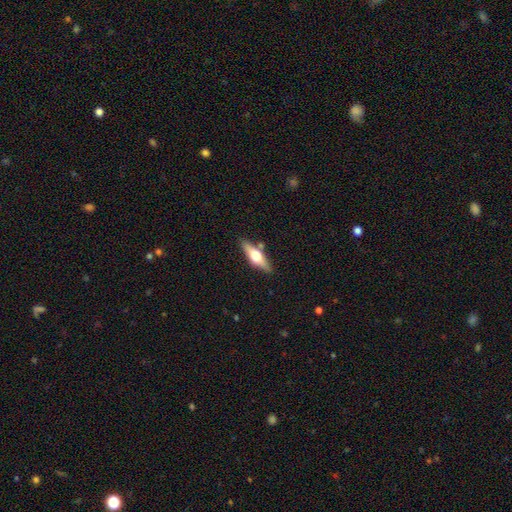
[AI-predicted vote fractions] A featured or disk galaxy (56%) viewed edge-on (93%) with a rounded central bulge (94%). Merging: none (82%).